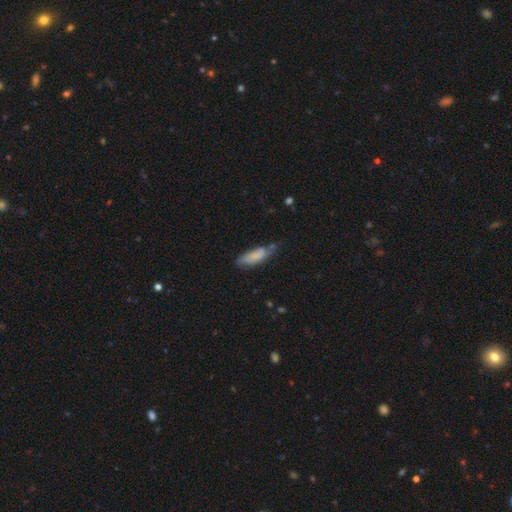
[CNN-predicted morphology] Overall: smooth (75%). How rounded: in between (52%; cigar-shaped 46%). Merging: none (53%; minor disturbance 34%).